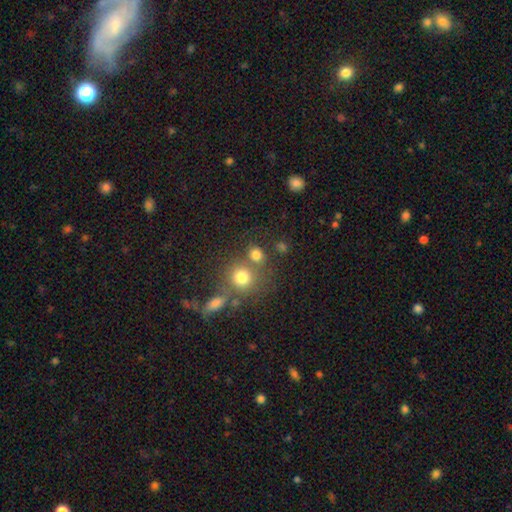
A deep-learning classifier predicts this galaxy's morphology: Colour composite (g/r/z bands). It shows a smooth galaxy with no disk features (69%) that is round (84%). Merging: none (59%).